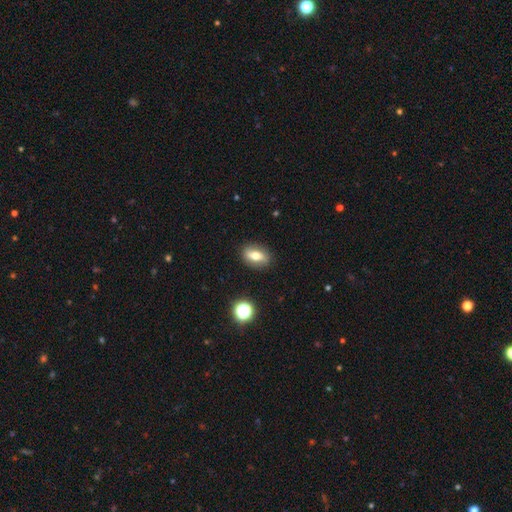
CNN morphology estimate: smooth 57%, featured or disk 33%, star or artifact 10%. Down the decision tree: how rounded — in between (76%); merging — none (86%).